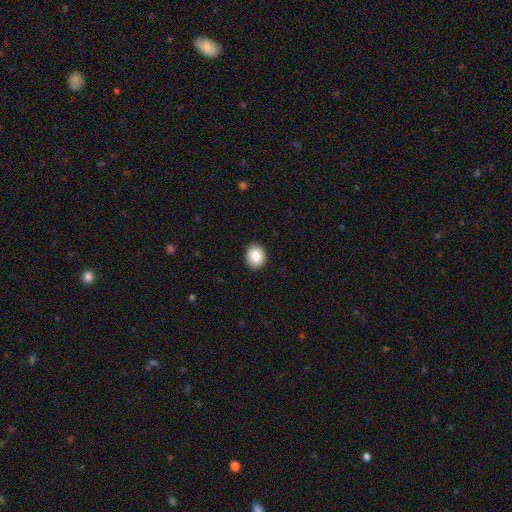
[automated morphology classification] smooth_or_featured: smooth (p=0.87) [alt: star or artifact p=0.08]
how_rounded: round (p=0.55) [alt: in between p=0.44]
merging: none (p=0.90) [alt: minor disturbance p=0.07]